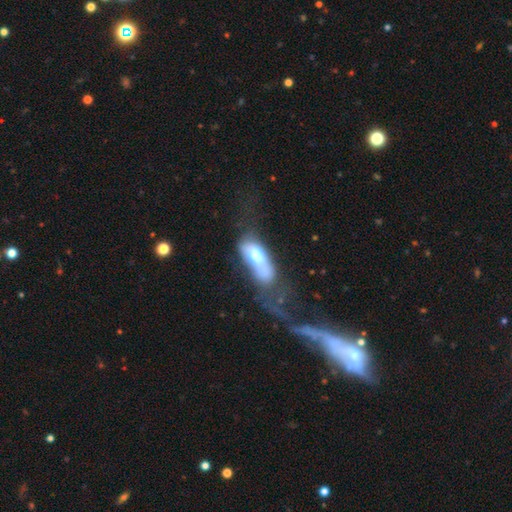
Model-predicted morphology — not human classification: This appears to be a smooth galaxy with no disk features (60%) that is in between round and cigar-shaped (77%). Merging: major disturbance (40%).